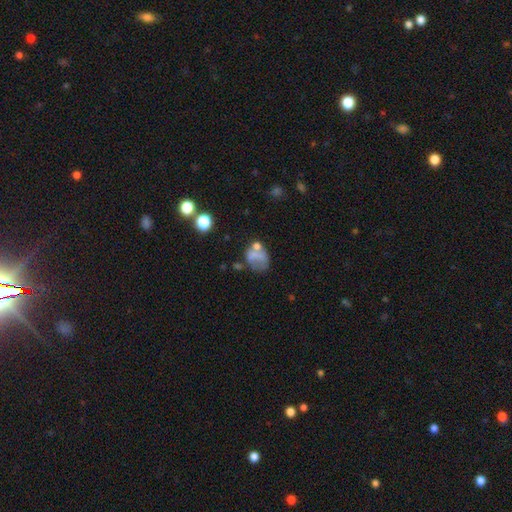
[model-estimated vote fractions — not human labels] Smooth or featured?
  - smooth: 58% *
  - featured or disk: 28%
  - star or artifact: 14%
How rounded?
  - in between: 55% *
  - round: 44%
  - cigar-shaped: 1%
Merging?
  - none: 34% *
  - major disturbance: 26%
  - minor disturbance: 23%
  - merger: 16%